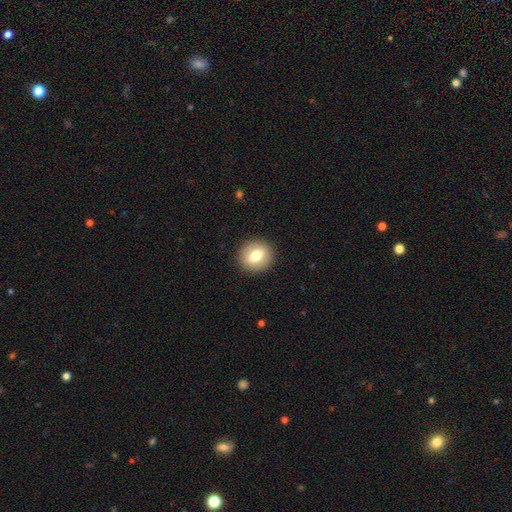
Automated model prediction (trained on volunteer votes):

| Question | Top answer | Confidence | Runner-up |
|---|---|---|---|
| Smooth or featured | smooth | 71% | featured or disk (20%) |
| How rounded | round | 80% | in between (19%) |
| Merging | none | 91% | minor disturbance (6%) |